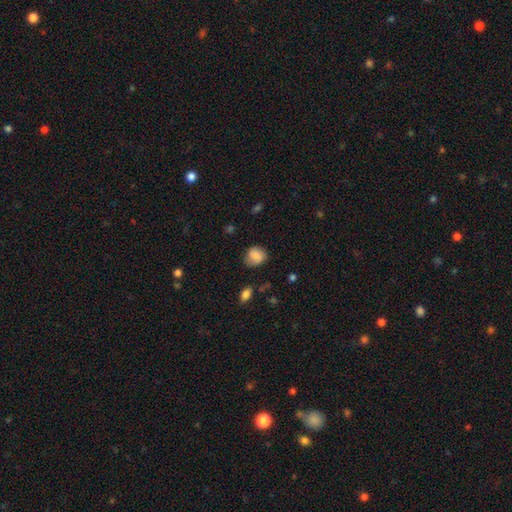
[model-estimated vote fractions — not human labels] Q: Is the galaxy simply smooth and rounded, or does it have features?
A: smooth — 82%.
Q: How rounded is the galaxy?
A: round — 59%.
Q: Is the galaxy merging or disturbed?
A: none — 66%.